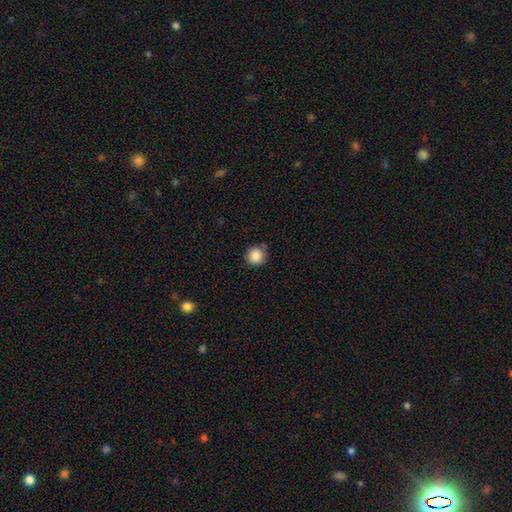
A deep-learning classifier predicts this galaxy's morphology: This is clearly a smooth galaxy (88%). How rounded: clearly round (93%). Merging: clearly none (80%).